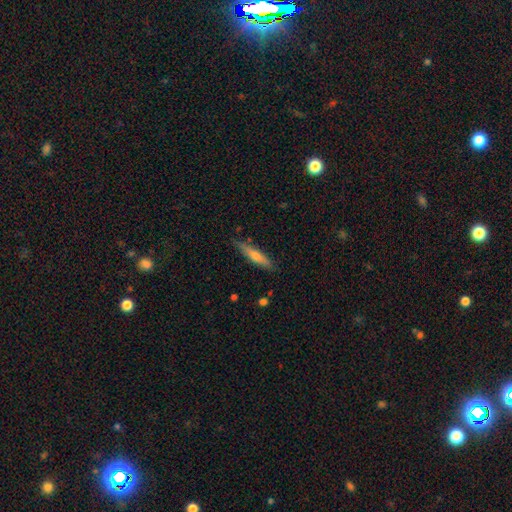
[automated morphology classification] This is possibly a smooth galaxy (57%). How rounded: clearly cigar-shaped (85%). Merging: clearly none (82%).